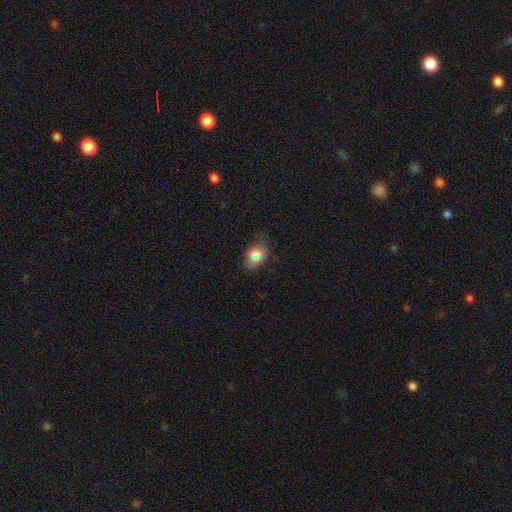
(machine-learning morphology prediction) smooth_or_featured: smooth (p=0.83) [alt: featured or disk p=0.09]
how_rounded: in between (p=0.71) [alt: round p=0.28]
merging: none (p=0.65) [alt: minor disturbance p=0.27]